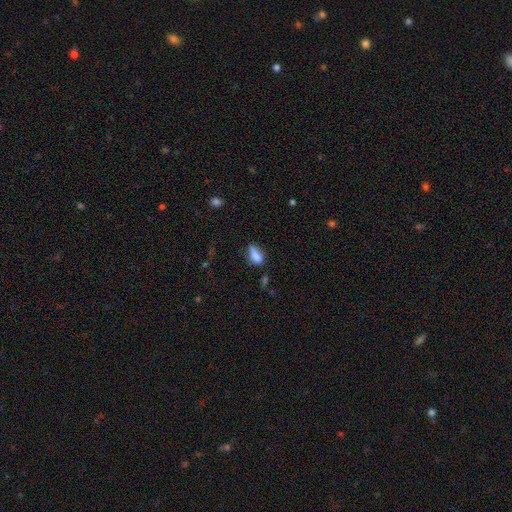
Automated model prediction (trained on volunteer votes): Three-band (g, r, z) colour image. It shows a smooth galaxy with no disk features (83%) that is in between round and cigar-shaped (84%). Merging: none (56%).